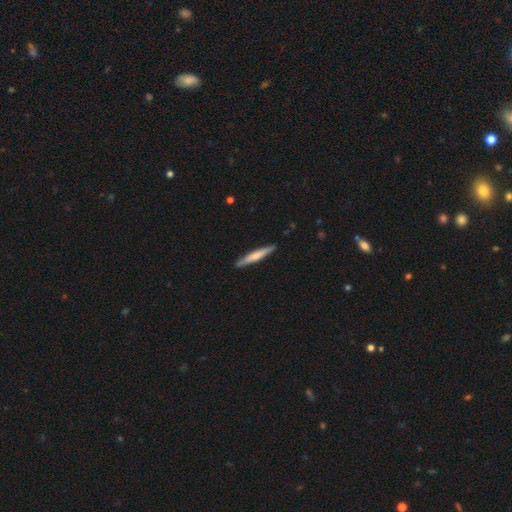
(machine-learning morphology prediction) smooth_or_featured: smooth (p=0.59) [alt: featured or disk p=0.36]
how_rounded: cigar-shaped (p=0.94) [alt: in between p=0.05]
merging: none (p=0.89) [alt: minor disturbance p=0.08]